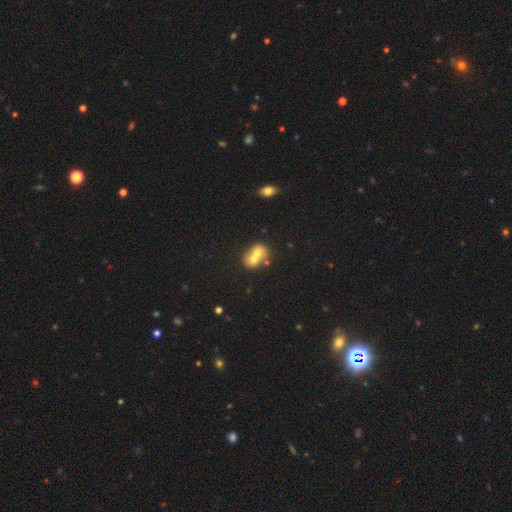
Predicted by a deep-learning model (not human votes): Morphology: type=smooth (64%); roundness=round (51%); merging=merger (70%).